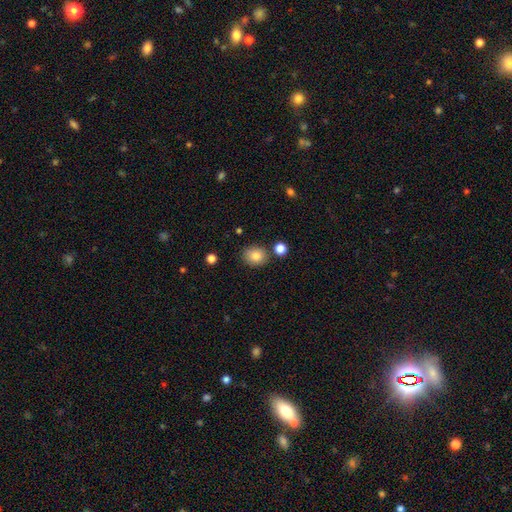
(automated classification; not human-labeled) A smooth galaxy with no disk features (84%) that is round (66%). Merging: none (81%).